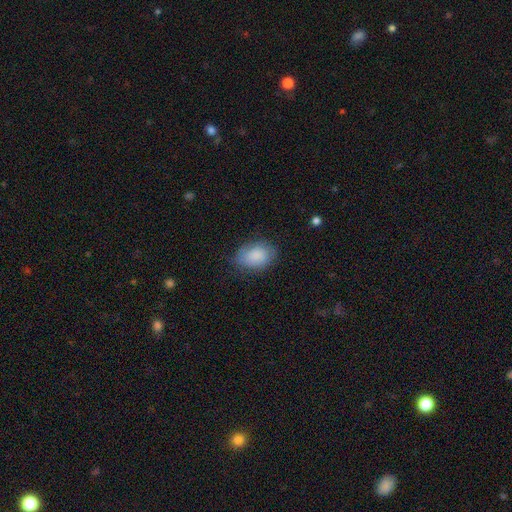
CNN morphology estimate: Smooth or featured? smooth (85%)
How rounded? in between (74%)
Merging? none (70%)